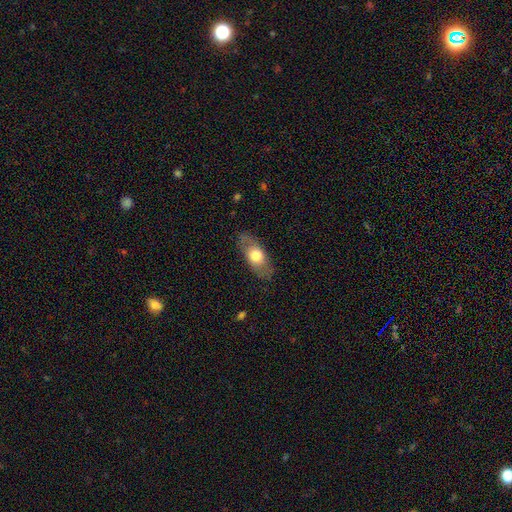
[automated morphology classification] This is likely a smooth galaxy (63%). How rounded: clearly in between (84%). Merging: likely none (79%).